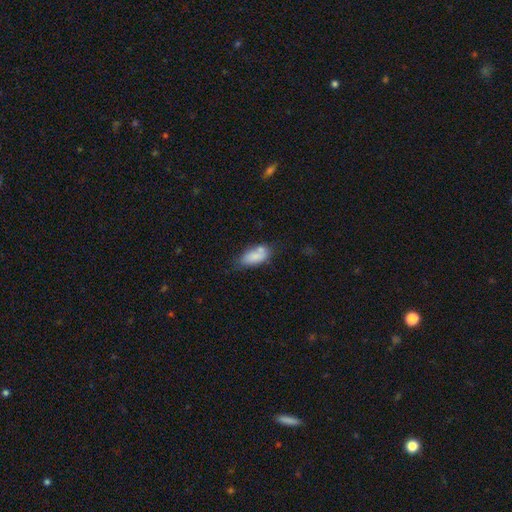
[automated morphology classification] A smooth galaxy with no disk features (80%) that is in between round and cigar-shaped (88%). Merging: none (52%).